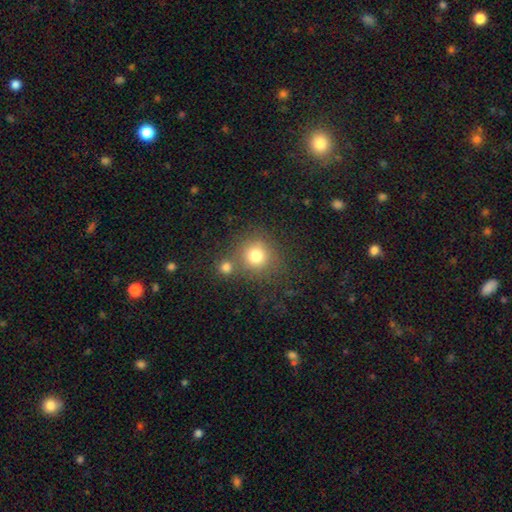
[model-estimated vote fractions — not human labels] smooth-or-featured: smooth: 76% | star or artifact: 14% | featured or disk: 10%
  how-rounded: round: 89% | in between: 10% | cigar-shaped: 1%
  merging: none: 62% | merger: 23% | minor disturbance: 10% | major disturbance: 5%